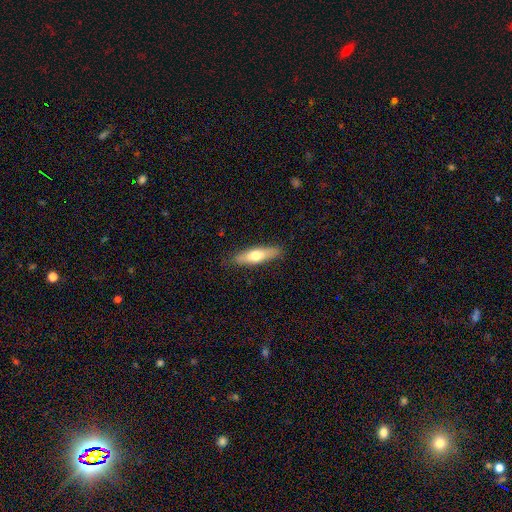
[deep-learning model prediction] smooth 60%, featured or disk 35%, star or artifact 6%. Down the decision tree: how rounded — cigar-shaped (68%); merging — none (86%).